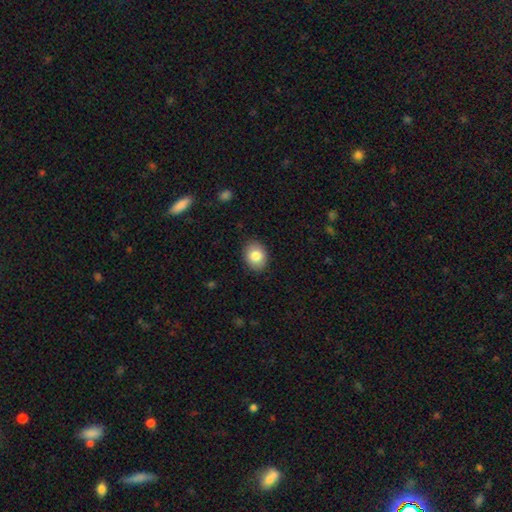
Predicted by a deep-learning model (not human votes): A smooth galaxy with no disk features (83%) that is in between round and cigar-shaped (59%). Merging: none (88%).